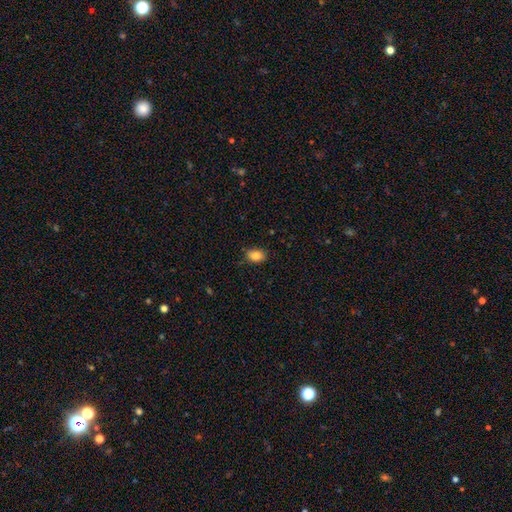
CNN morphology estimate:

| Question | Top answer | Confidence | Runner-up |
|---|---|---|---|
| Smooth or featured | smooth | 84% | star or artifact (9%) |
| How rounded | in between | 80% | round (18%) |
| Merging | none | 85% | minor disturbance (12%) |